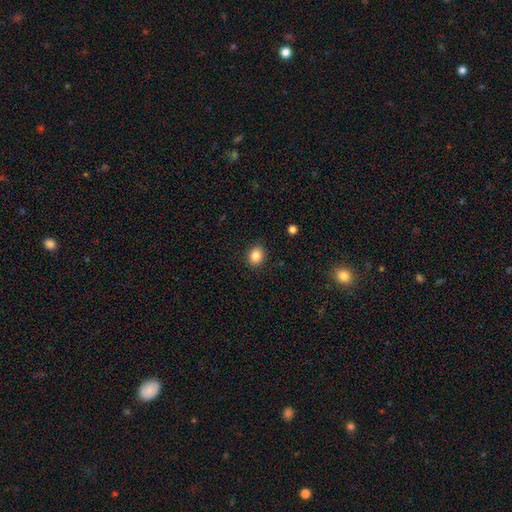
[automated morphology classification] smooth_or_featured: smooth (p=0.85) [alt: star or artifact p=0.10]
how_rounded: round (p=0.63) [alt: in between p=0.36]
merging: none (p=0.90) [alt: minor disturbance p=0.07]